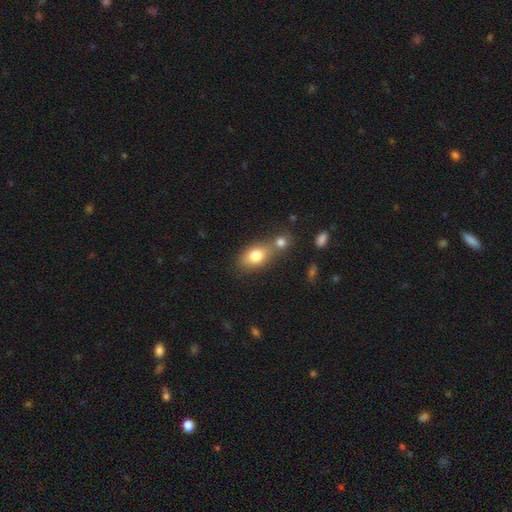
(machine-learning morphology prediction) Smooth or featured?
  - smooth: 78% *
  - featured or disk: 14%
  - star or artifact: 9%
How rounded?
  - in between: 80% *
  - round: 17%
  - cigar-shaped: 3%
Merging?
  - none: 44% *
  - merger: 39%
  - minor disturbance: 12%
  - major disturbance: 5%